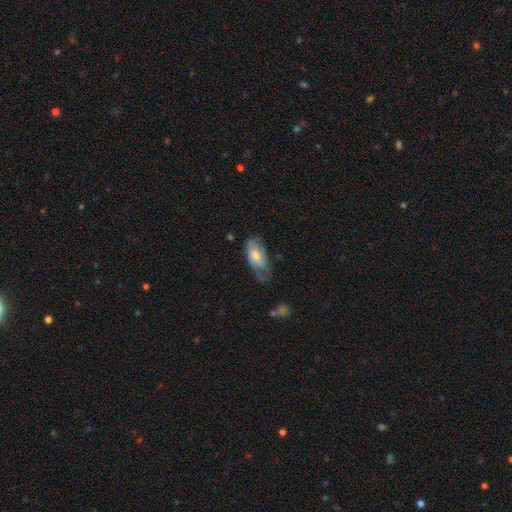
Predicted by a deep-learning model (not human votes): smooth_or_featured: smooth (p=0.51) [alt: featured or disk p=0.42]
how_rounded: in between (p=0.89) [alt: cigar-shaped p=0.08]
merging: none (p=0.41) [alt: minor disturbance p=0.35]